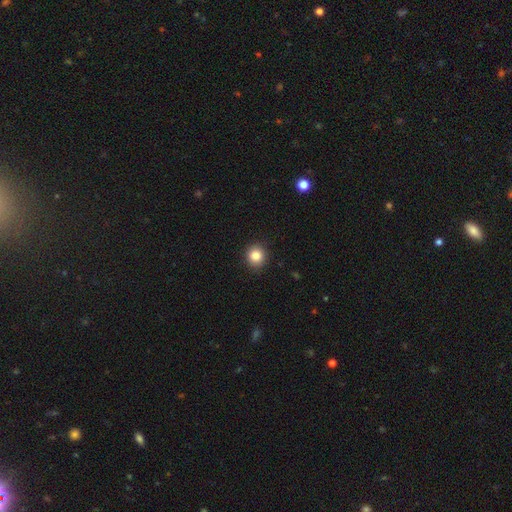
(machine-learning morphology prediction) type=smooth (85%); roundness=round (89%); merging=none (90%).